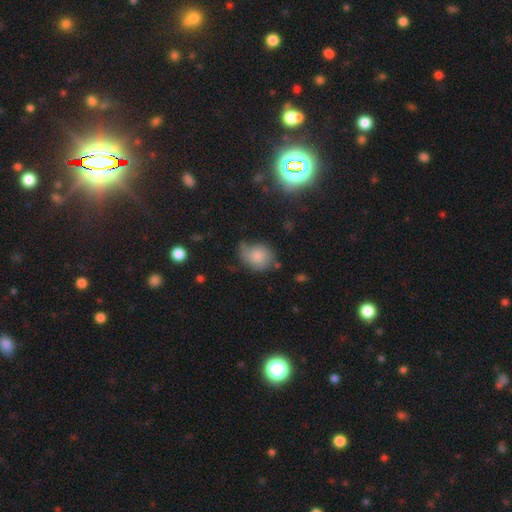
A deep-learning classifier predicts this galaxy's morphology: The model was most divided on "how rounded": in between: 51%, round: 48%, cigar-shaped: 1%. Remaining: smooth or featured — smooth (72%); merging — none (47%).